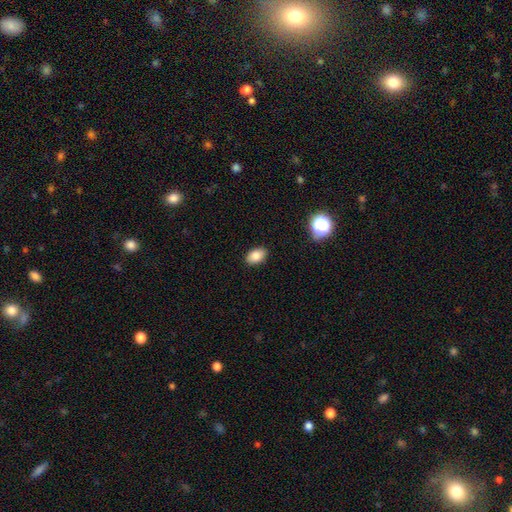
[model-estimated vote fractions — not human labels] This is clearly a smooth galaxy (84%). How rounded: clearly in between (86%). Merging: clearly none (88%).